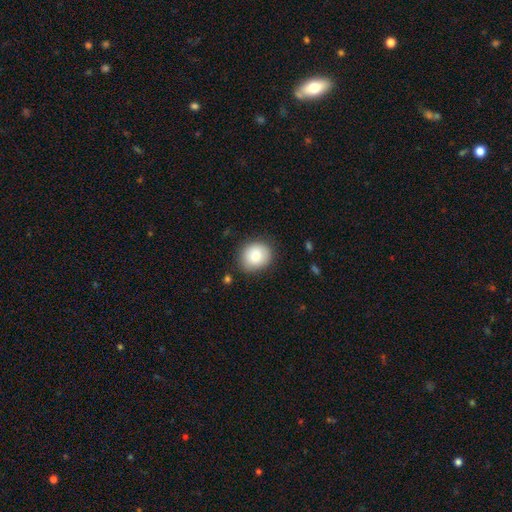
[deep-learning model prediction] Smooth or featured? smooth (84%)
How rounded? round (71%)
Merging? none (84%)